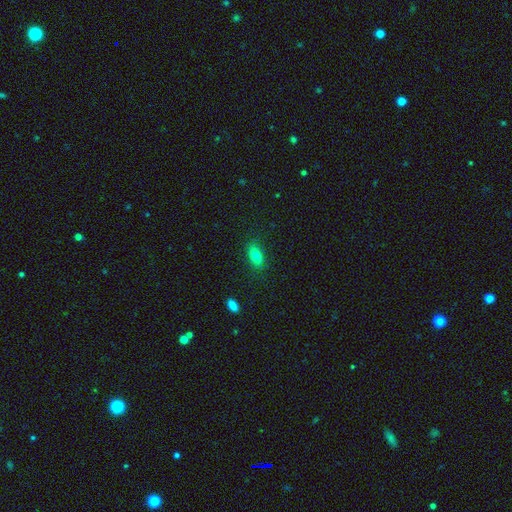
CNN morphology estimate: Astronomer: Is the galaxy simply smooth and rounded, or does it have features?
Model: smooth — 80%.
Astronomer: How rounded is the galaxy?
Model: in between — 84%.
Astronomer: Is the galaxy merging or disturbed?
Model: none — 85%.